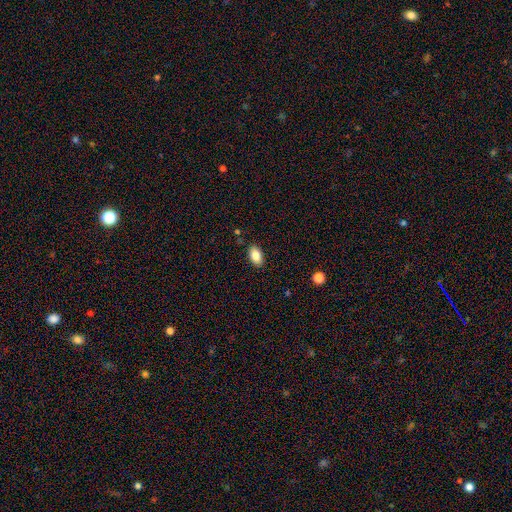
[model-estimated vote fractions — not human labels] Q: Smooth or featured?
A: smooth (84%); runner-up: featured or disk (8%)
Q: How rounded?
A: in between (92%); runner-up: round (6%)
Q: Merging?
A: none (87%); runner-up: minor disturbance (9%)